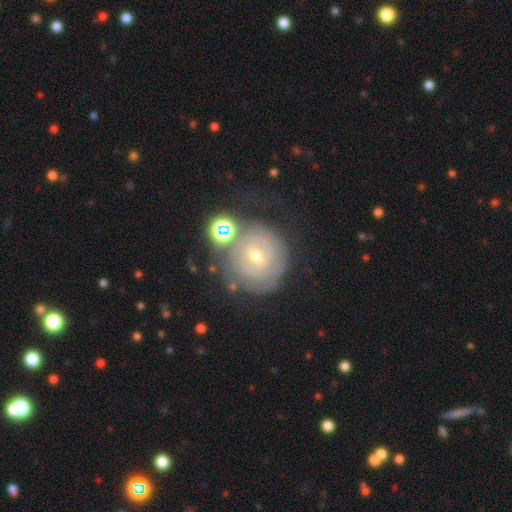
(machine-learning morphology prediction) Smooth or featured? featured or disk (75%)
Edge-on disk? no (97%)
Bar? weak (47%)
Spiral arms? yes (86%)
Spiral winding? tight (80%)
Spiral arm count? can't tell (47%)
Bulge size? moderate (53%)
Merging? none (67%)